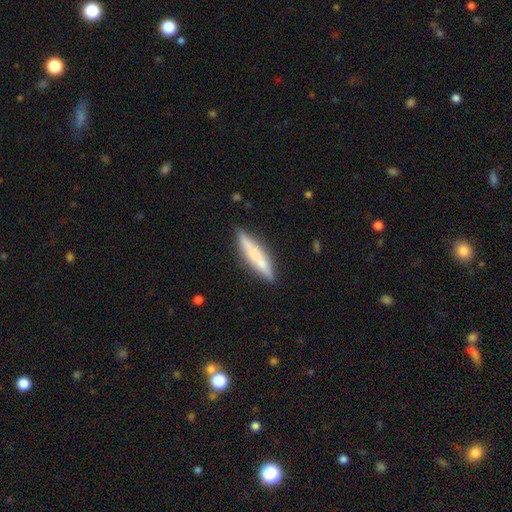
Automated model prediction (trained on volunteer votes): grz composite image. It shows a smooth galaxy with no disk features (57%) that is cigar-shaped (85%). Merging: none (84%).